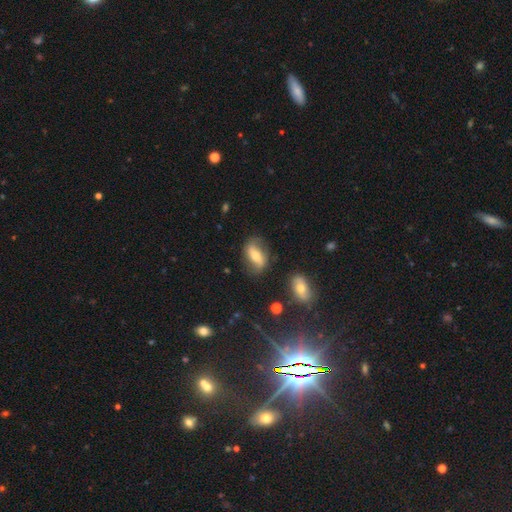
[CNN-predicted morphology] Smooth or featured: featured or disk — 49% (smooth — 43%)
Merging: none — 72% (minor disturbance — 18%)